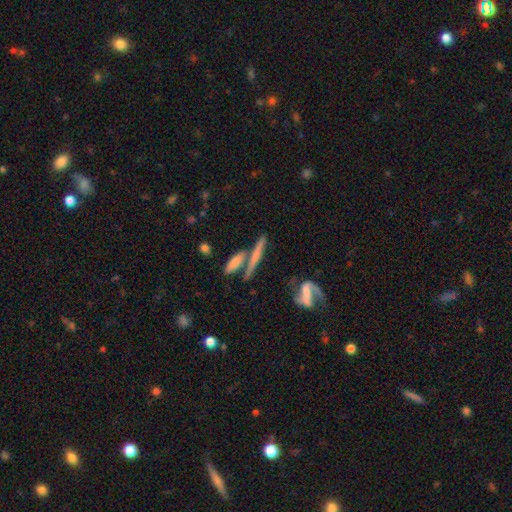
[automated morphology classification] This is possibly a featured or disk galaxy (52%). It is likely viewed edge-on (76%). Merging: possibly none (54%).